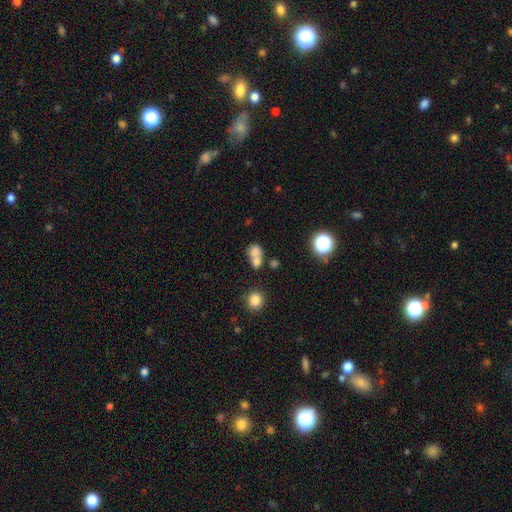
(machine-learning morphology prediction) A smooth galaxy with no disk features (72%) that is in between round and cigar-shaped (49%, tied with round).

Vote fractions:
- Smooth or featured? smooth: 72% / featured or disk: 15% / star or artifact: 14%
- How rounded? in between: 49% (tied) / round: 49% (tied) / cigar-shaped: 2%
- Merging? merger: 61% / none: 25% / minor disturbance: 8% / major disturbance: 6%